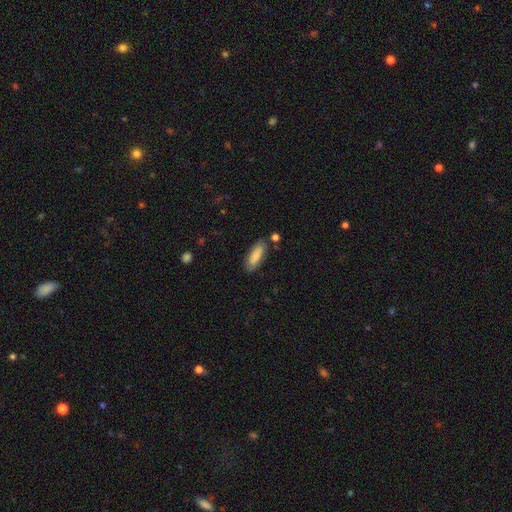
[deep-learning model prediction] smooth 83%, featured or disk 11%, star or artifact 6%. Down the decision tree: how rounded — in between (66%); merging — none (77%).